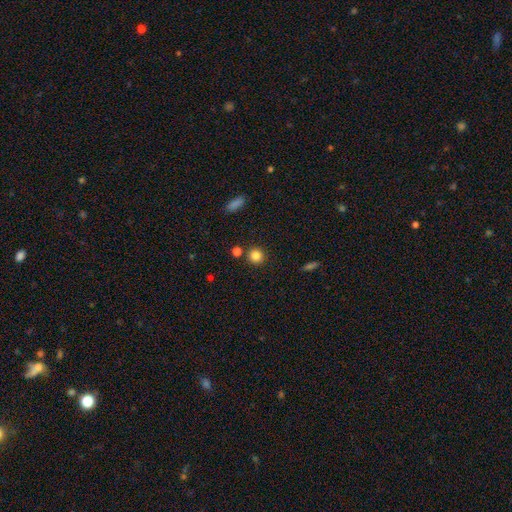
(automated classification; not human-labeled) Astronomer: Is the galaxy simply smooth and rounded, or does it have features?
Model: smooth — 84%.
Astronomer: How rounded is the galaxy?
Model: round — 90%.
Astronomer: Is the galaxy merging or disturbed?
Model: none — 84%.